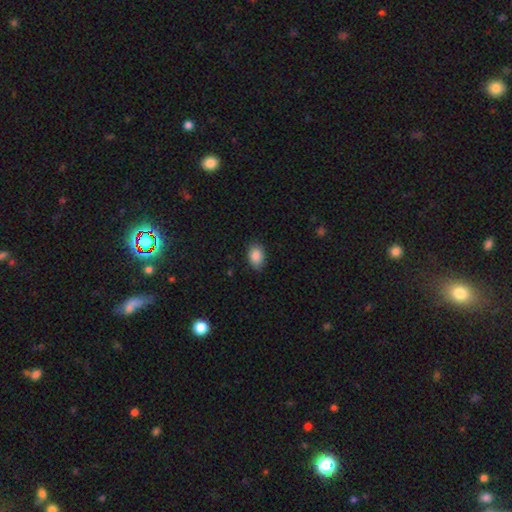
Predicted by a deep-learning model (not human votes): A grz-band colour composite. It shows a smooth galaxy with no disk features (88%) that is in between round and cigar-shaped (83%). Merging: none (82%).